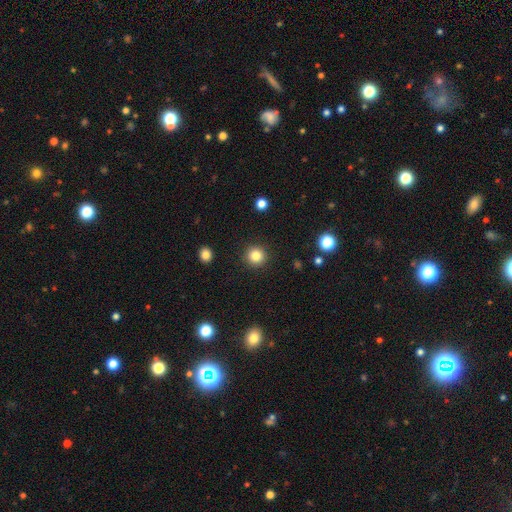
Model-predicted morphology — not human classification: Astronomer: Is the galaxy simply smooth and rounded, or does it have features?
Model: smooth — 83%.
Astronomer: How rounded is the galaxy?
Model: round — 95%.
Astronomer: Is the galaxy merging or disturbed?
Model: none — 92%.